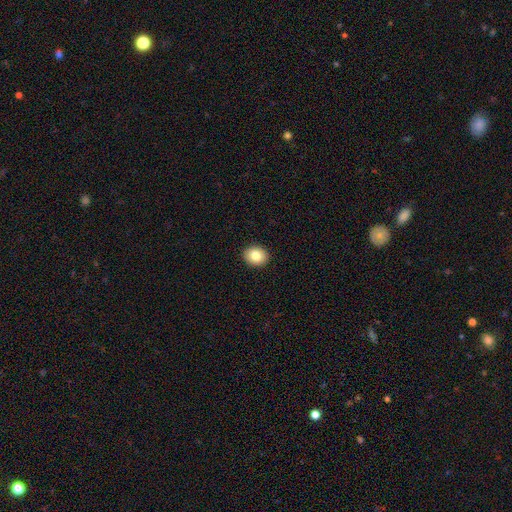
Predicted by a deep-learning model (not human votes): smooth 83%, star or artifact 9%, featured or disk 8%. Down the decision tree: how rounded — round (52%); merging — none (92%).